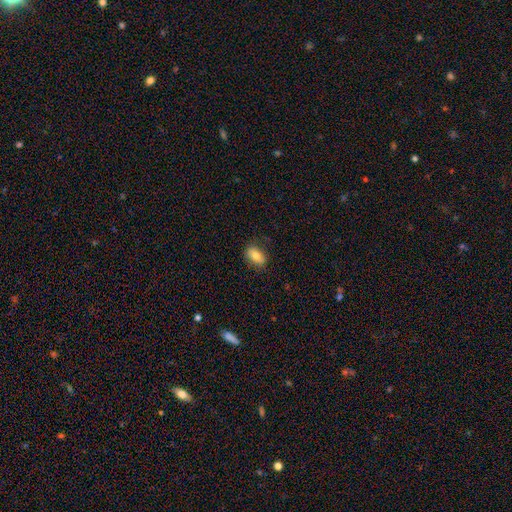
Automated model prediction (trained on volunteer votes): Smooth or featured? Predicted: smooth (p=0.78). How rounded? Predicted: in between (p=0.87). Merging? Predicted: none (p=0.81).